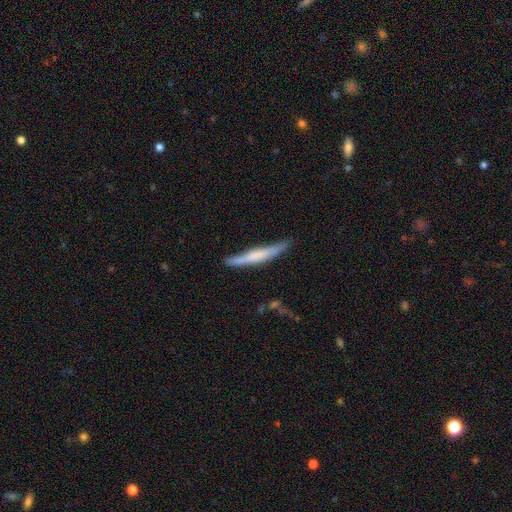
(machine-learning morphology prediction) This is possibly a smooth galaxy (51%). How rounded: clearly cigar-shaped (94%). Merging: likely none (68%).